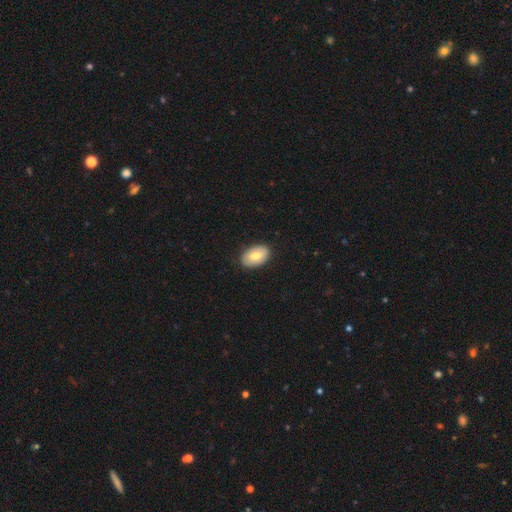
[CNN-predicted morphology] smooth-or-featured: smooth: 73% | featured or disk: 21% | star or artifact: 6%
  how-rounded: in between: 92% | round: 7% | cigar-shaped: 1%
  merging: none: 87% | minor disturbance: 10% | major disturbance: 2% | merger: 1%